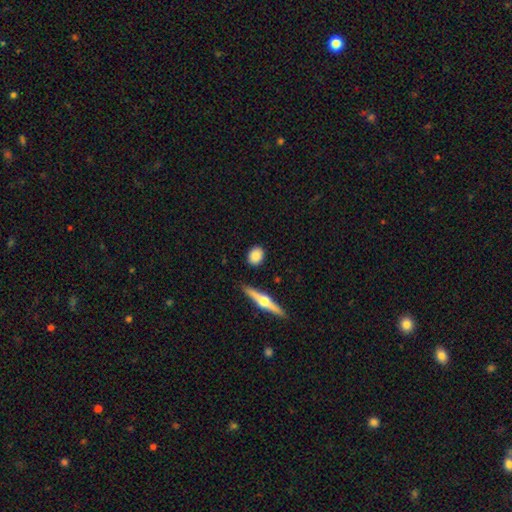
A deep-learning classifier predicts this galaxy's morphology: The model was most divided on "how rounded": round: 49%, in between: 46%, cigar-shaped: 5%. More confident: merging — none (87%); smooth or featured — smooth (81%).